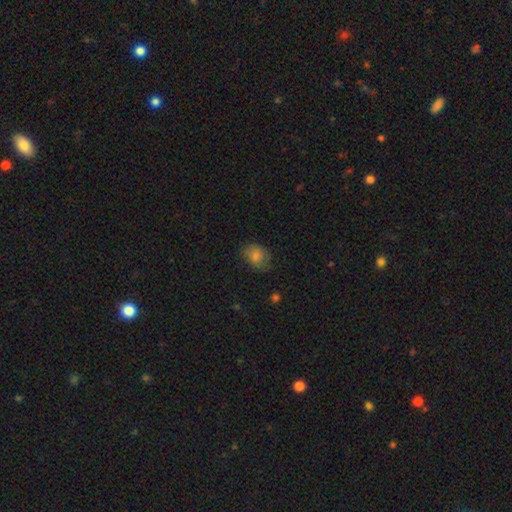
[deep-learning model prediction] Overall: smooth (78%). How rounded: in between (66%; round 32%). Merging: none (68%).